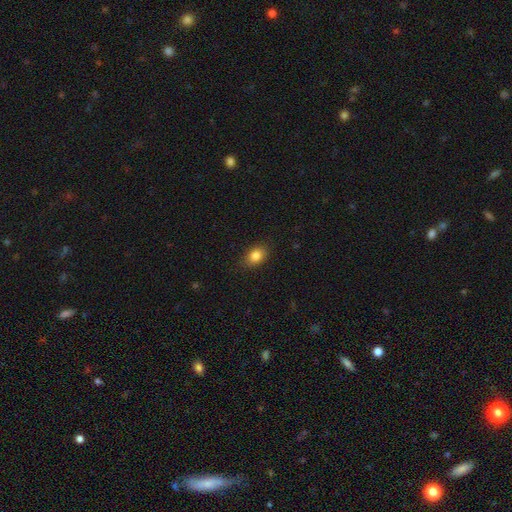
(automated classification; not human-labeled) Morphology: type=smooth (84%); roundness=in between (72%); merging=none (84%).